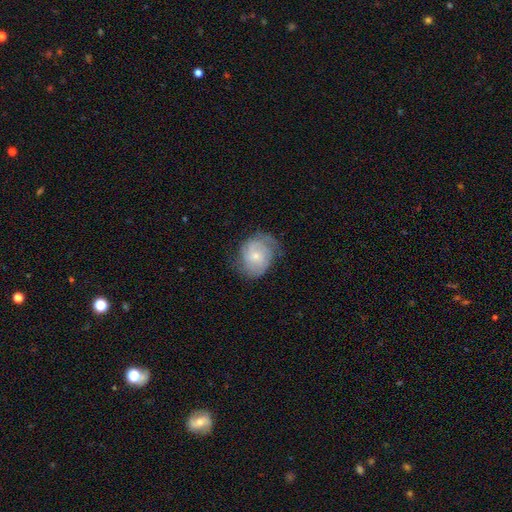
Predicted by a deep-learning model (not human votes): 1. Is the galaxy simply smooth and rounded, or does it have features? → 61% featured or disk, 33% smooth, 7% star or artifact.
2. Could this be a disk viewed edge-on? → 97% no, 3% yes.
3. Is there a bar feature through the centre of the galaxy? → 68% no, 28% weak, 5% strong.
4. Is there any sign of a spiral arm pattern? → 88% yes, 12% no.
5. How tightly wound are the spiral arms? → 43% tight, 40% medium, 17% loose.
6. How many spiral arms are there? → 51% 2, 27% can't tell, 10% 3, 6% 1, 3% 4, 3% more than 4.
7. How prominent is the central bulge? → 69% small, 25% moderate, 3% none, 2% large, 1% dominant.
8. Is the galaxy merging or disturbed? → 61% none, 26% minor disturbance, 12% major disturbance, 1% merger.